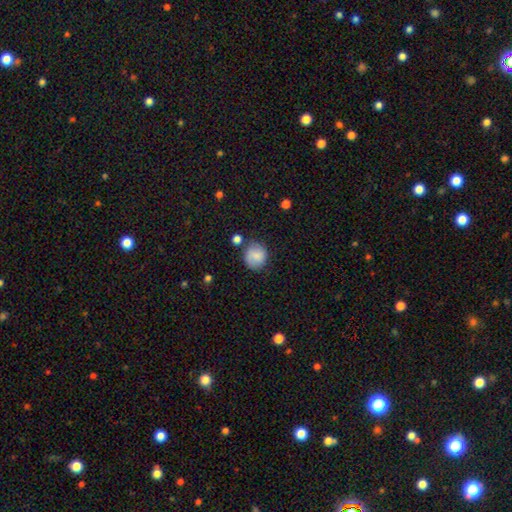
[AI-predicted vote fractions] A smooth galaxy with no disk features (79%) that is round (81%).

Vote fractions:
- Smooth or featured? smooth: 79% / featured or disk: 13% / star or artifact: 8%
- How rounded? round: 81% / in between: 18% / cigar-shaped: 1%
- Merging? none: 71% / minor disturbance: 19% / merger: 6% / major disturbance: 5%